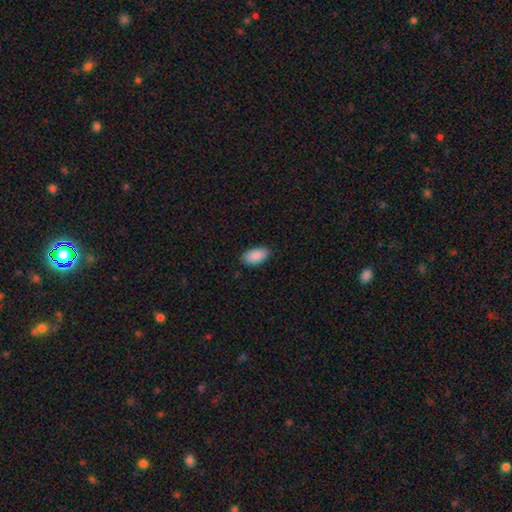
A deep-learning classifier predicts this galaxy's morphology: Smooth or featured: smooth — 89% (star or artifact — 6%)
How rounded: in between — 95% (cigar-shaped — 3%)
Merging: none — 87% (minor disturbance — 10%)